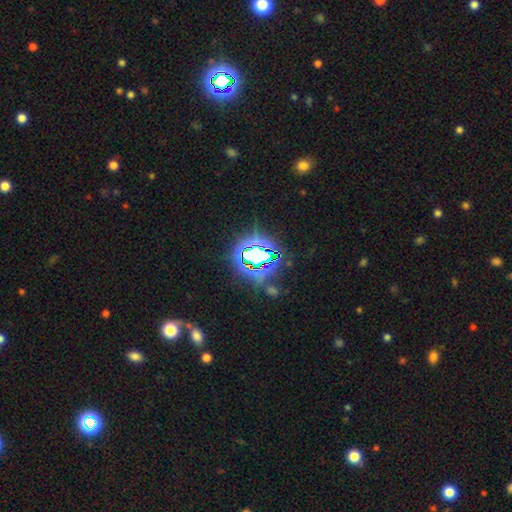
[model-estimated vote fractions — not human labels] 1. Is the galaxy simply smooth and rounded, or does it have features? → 75% star or artifact, 14% smooth, 11% featured or disk.